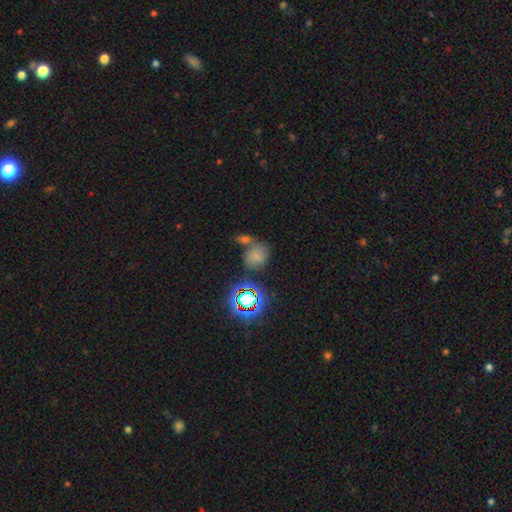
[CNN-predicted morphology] smooth_or_featured: smooth (p=0.62) [alt: star or artifact p=0.25]
how_rounded: round (p=0.66) [alt: in between p=0.32]
merging: none (p=0.46) [alt: merger p=0.33]